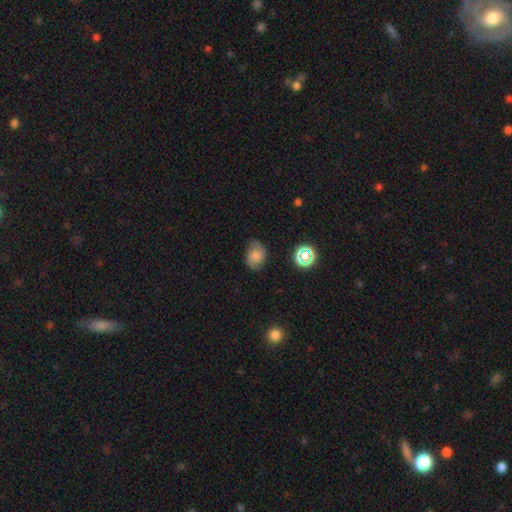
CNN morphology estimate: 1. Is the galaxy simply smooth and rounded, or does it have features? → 57% smooth, 29% featured or disk, 14% star or artifact.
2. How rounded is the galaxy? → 61% in between, 38% round, 1% cigar-shaped.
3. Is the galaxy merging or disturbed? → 66% none, 26% minor disturbance, 6% major disturbance, 2% merger.